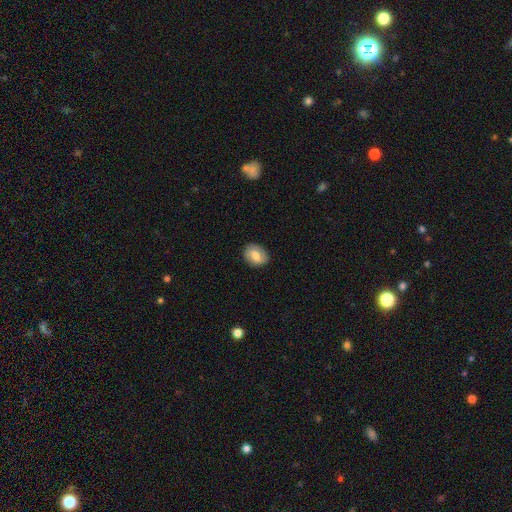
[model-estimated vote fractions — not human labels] Smooth or featured?
  - smooth: 72% *
  - featured or disk: 21%
  - star or artifact: 7%
How rounded?
  - in between: 64% *
  - round: 34%
  - cigar-shaped: 1%
Merging?
  - none: 85% *
  - minor disturbance: 11%
  - major disturbance: 3%
  - merger: 1%